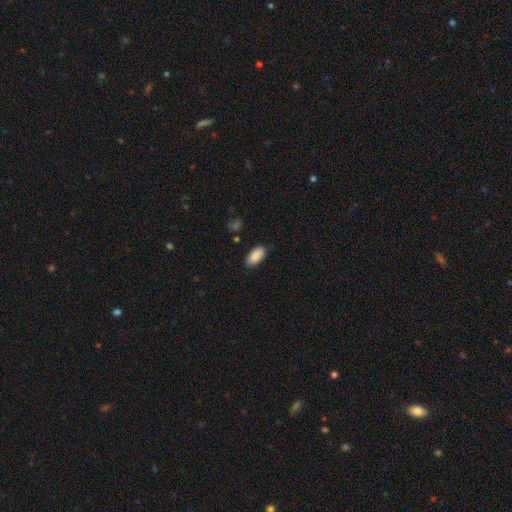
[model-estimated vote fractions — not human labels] This is clearly a smooth galaxy (89%). How rounded: clearly in between (92%). Merging: clearly none (85%).